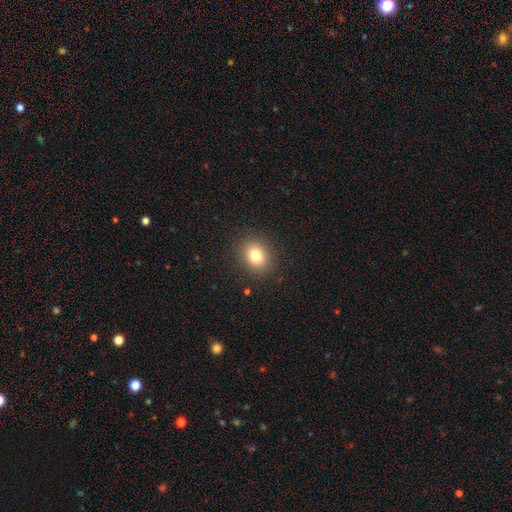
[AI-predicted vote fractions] Q: Smooth or featured?
A: smooth (81%); runner-up: star or artifact (12%)
Q: How rounded?
A: round (61%); runner-up: in between (38%)
Q: Merging?
A: none (89%); runner-up: minor disturbance (7%)